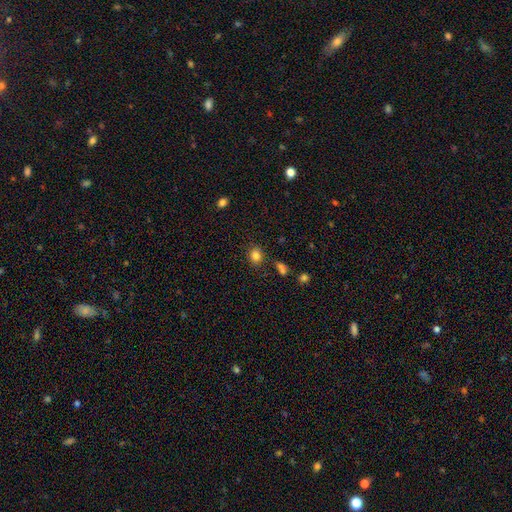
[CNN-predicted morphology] Smooth or featured? Predicted: smooth (p=0.83). How rounded? Predicted: round (p=0.66). Merging? Predicted: none (p=0.83).